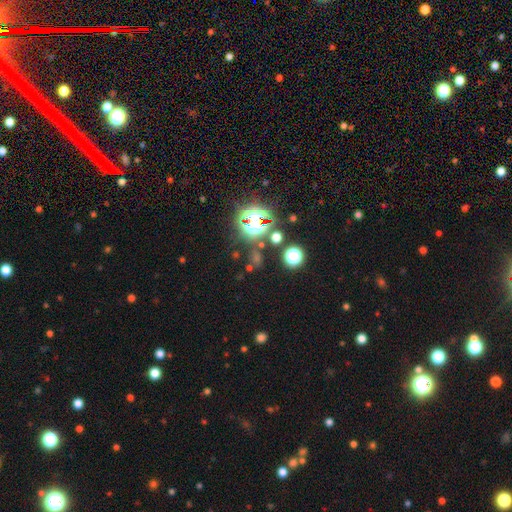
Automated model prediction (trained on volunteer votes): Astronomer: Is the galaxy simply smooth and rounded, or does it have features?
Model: star or artifact — 73%.